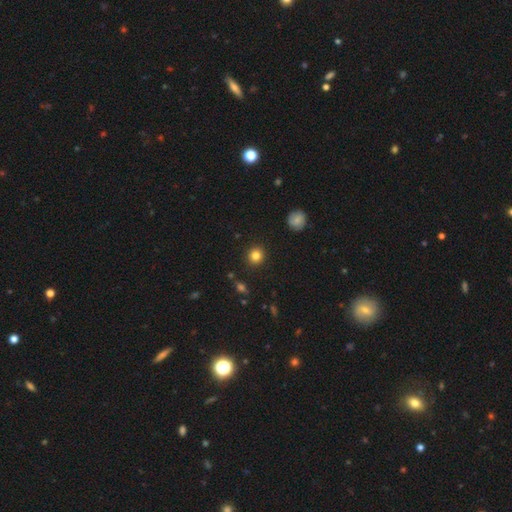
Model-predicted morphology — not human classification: smooth 83%, star or artifact 11%, featured or disk 6%. Down the decision tree: how rounded — round (90%); merging — none (91%).